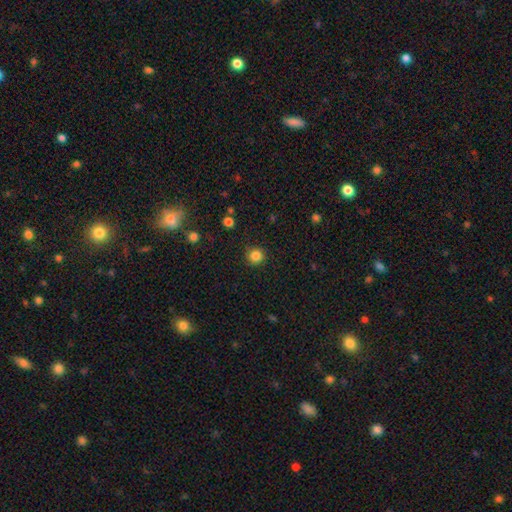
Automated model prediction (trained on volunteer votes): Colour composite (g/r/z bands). It shows a smooth galaxy with no disk features (84%) that is round (94%). Merging: none (89%).